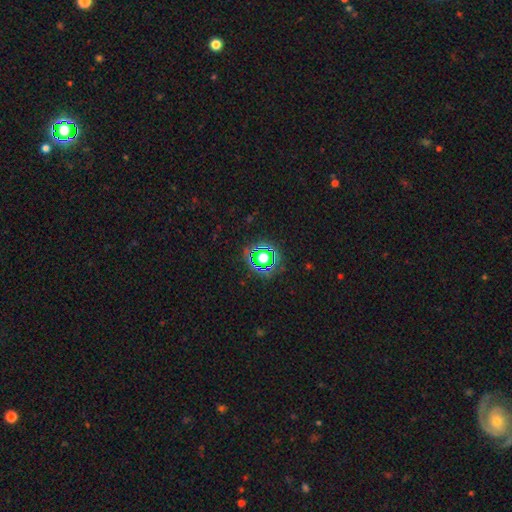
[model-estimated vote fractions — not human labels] Smooth or featured? star or artifact (77%)